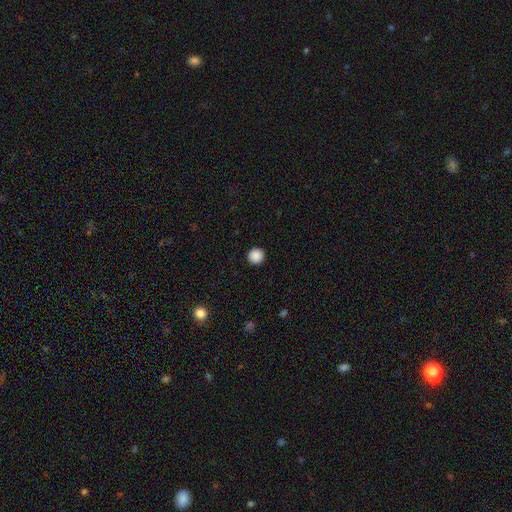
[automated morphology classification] Smooth or featured? Predicted: smooth (p=0.88). How rounded? Predicted: round (p=0.95). Merging? Predicted: none (p=0.93).